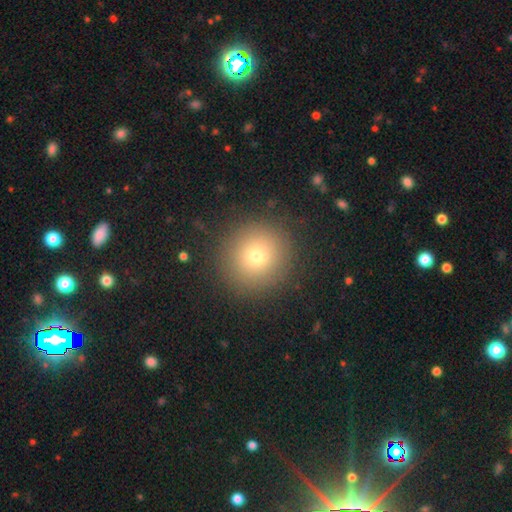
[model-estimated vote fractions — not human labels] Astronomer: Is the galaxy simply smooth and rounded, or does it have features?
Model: smooth — 74%.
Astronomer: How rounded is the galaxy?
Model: round — 94%.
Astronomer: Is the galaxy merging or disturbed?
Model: none — 89%.